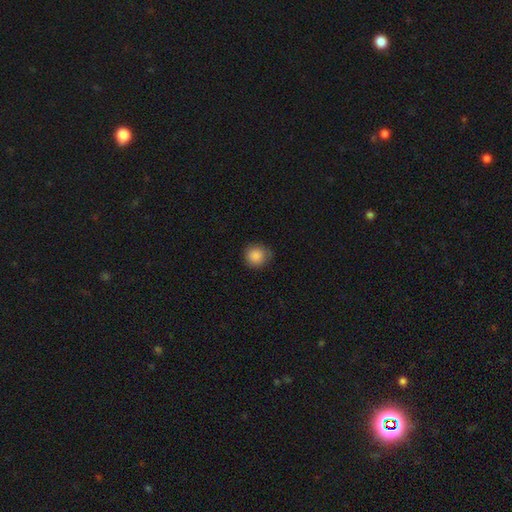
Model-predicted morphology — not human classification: A smooth galaxy with no disk features (88%) that is round (89%). Merging: none (77%).